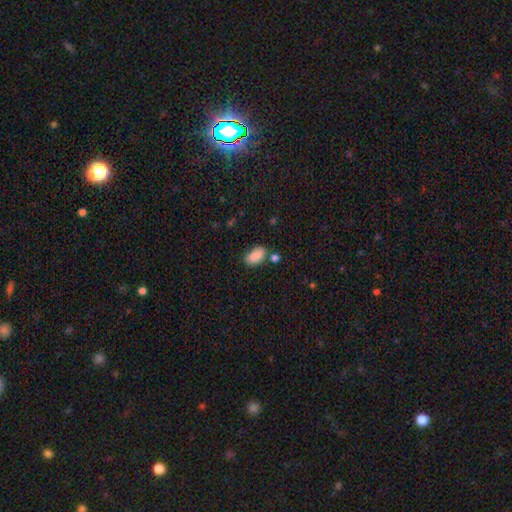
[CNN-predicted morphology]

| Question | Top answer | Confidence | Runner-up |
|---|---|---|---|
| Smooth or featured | smooth | 88% | star or artifact (7%) |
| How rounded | in between | 93% | round (4%) |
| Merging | none | 70% | minor disturbance (16%) |